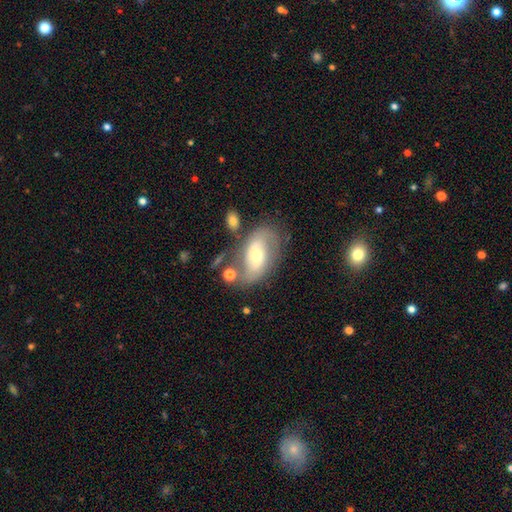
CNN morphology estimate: Smooth or featured? featured or disk (68%)
Edge-on disk? no (93%)
Bar? no (43%)
Spiral arms? yes (78%)
Bulge size? moderate (51%)
Merging? none (61%)